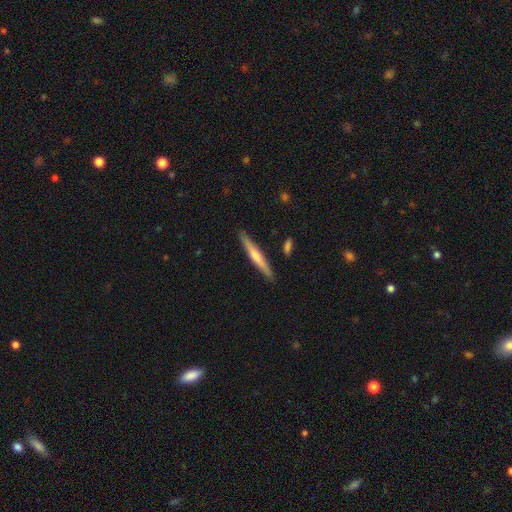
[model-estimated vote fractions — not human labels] Smooth or featured: featured or disk — 58% (smooth — 36%)
Edge-on disk: yes — 97% (no — 3%)
Edge-on bulge: rounded — 71% (none — 22%)
Merging: none — 90% (minor disturbance — 7%)